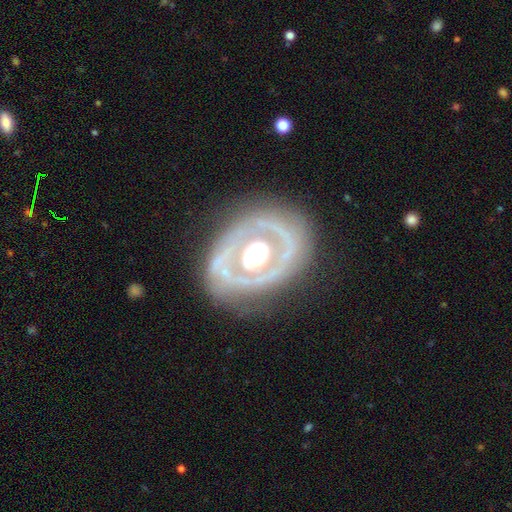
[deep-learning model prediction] smooth_or_featured: featured or disk (p=0.76) [alt: smooth p=0.19]
disk_edge_on: no (p=0.95) [alt: yes p=0.05]
bar: no (p=0.82) [alt: weak p=0.11]
has_spiral_arms: no (p=0.68) [alt: yes p=0.32]
bulge_size: moderate (p=0.50) [alt: large p=0.42]
merging: none (p=0.71) [alt: minor disturbance p=0.18]